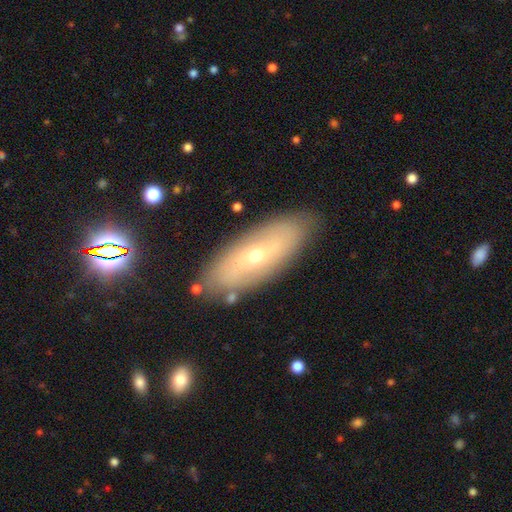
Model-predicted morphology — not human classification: Overall: featured or disk (52%; smooth 39%). Edge-on disk: no (71%). Merging: none (84%).